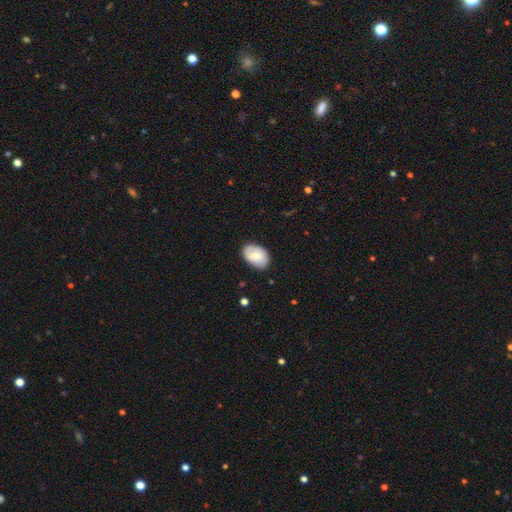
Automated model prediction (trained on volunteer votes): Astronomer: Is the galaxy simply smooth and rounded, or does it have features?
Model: smooth — 70%.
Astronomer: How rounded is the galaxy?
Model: in between — 88%.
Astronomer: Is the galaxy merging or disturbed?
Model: none — 79%.